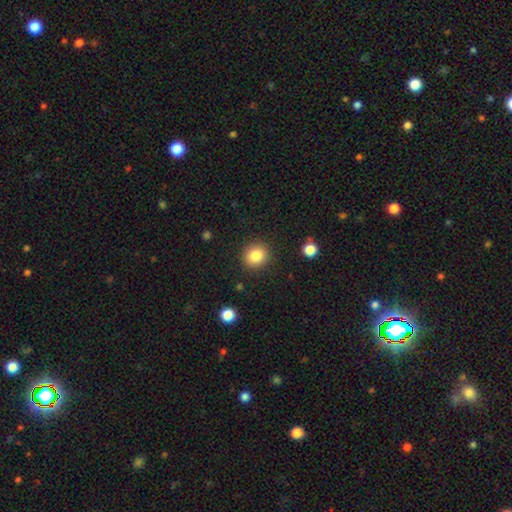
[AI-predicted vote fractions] This appears to be a smooth galaxy with no disk features (85%) that is round (82%). Merging: none (89%).